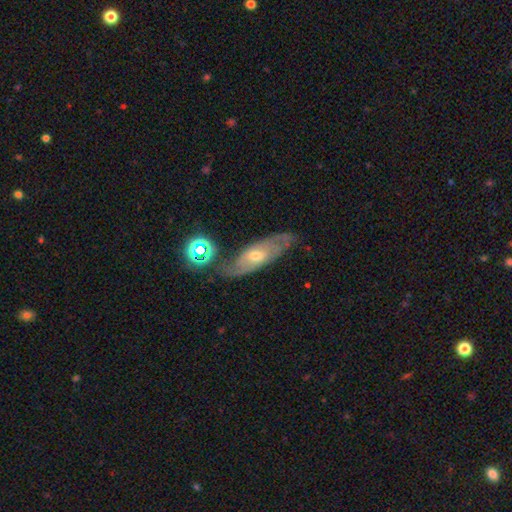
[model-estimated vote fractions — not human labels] A featured or disk galaxy (73%) with no bar (58%), 2 (59%) tight (47%) spiral arms (87%) and a moderate central bulge (56%).

Vote fractions:
- Smooth or featured? featured or disk: 73% / smooth: 17% / star or artifact: 9%
- Edge-on disk? no: 79% / yes: 21%
- Bar? no: 58% / weak: 33% / strong: 9%
- Spiral arms? yes: 87% / no: 13%
- Spiral winding? tight: 47% / medium: 39% / loose: 14%
- Spiral arm count? 2: 59% / can't tell: 30% / 3: 5% / 1: 3% / 4: 2% / more than 4: 2%
- Bulge size? moderate: 56% / small: 40% / large: 3% / none: 1% / dominant: 1%
- Merging? none: 73% / minor disturbance: 17% / major disturbance: 5% / merger: 5%